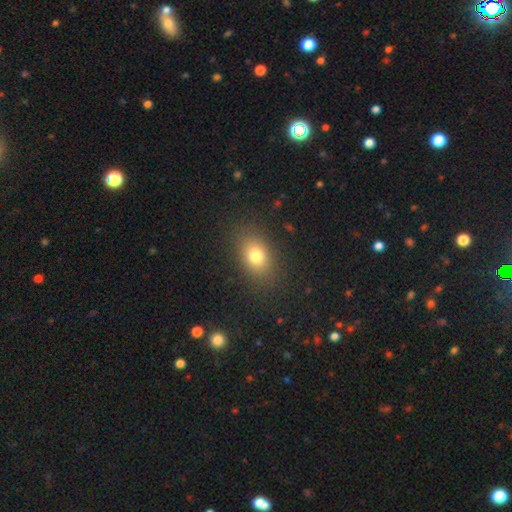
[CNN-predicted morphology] smooth_or_featured: smooth (p=0.77) [alt: star or artifact p=0.12]
how_rounded: in between (p=0.72) [alt: round p=0.26]
merging: none (p=0.85) [alt: minor disturbance p=0.10]